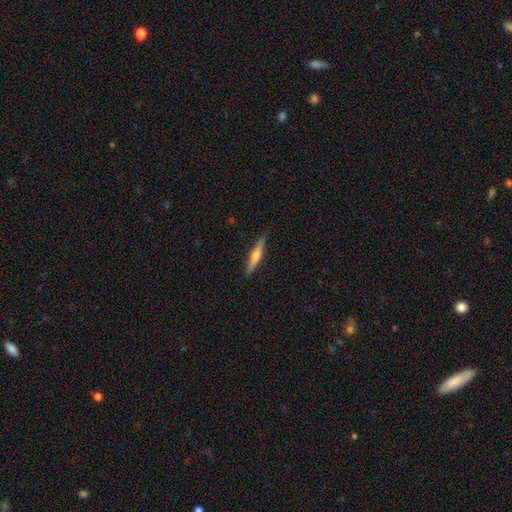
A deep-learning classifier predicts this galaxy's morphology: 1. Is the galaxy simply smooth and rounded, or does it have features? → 56% featured or disk, 38% smooth, 6% star or artifact.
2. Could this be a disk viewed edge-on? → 97% yes, 3% no.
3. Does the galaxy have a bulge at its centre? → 88% rounded, 7% none, 5% boxy.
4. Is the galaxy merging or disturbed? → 90% none, 8% minor disturbance, 1% major disturbance, 1% merger.